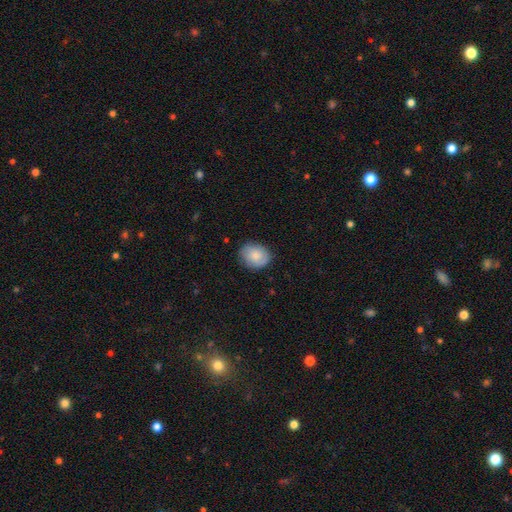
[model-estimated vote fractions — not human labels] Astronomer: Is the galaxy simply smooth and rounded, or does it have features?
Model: smooth — 83%.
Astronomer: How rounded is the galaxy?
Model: round — 51% (runner-up: in between, 48%).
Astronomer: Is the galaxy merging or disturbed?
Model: none — 81%.